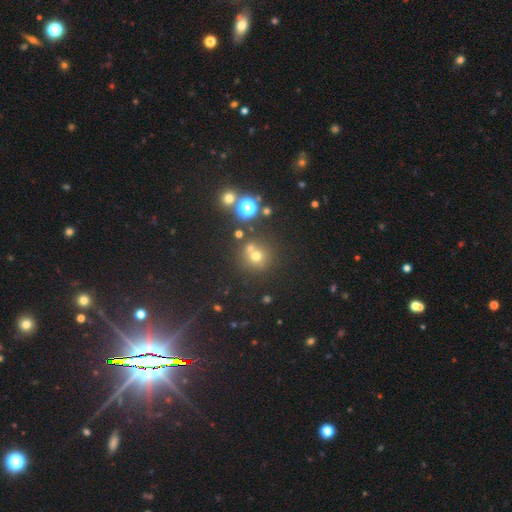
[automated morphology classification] The model was most divided on "smooth or featured": smooth: 60%, star or artifact: 28%, featured or disk: 11%. More confident: how rounded — round (89%); merging — none (62%).